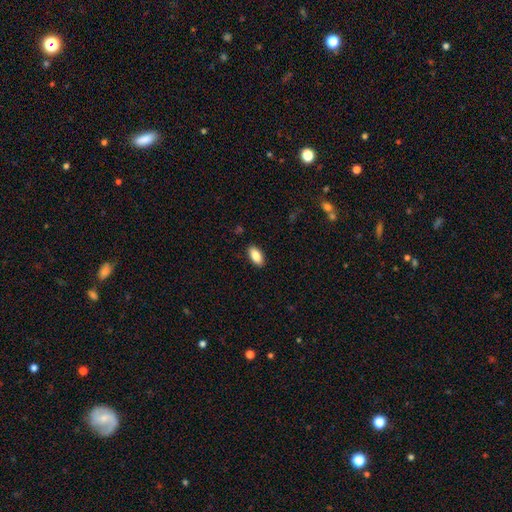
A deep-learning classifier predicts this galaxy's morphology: A smooth galaxy with no disk features (85%) that is in between round and cigar-shaped (91%). Merging: none (89%).